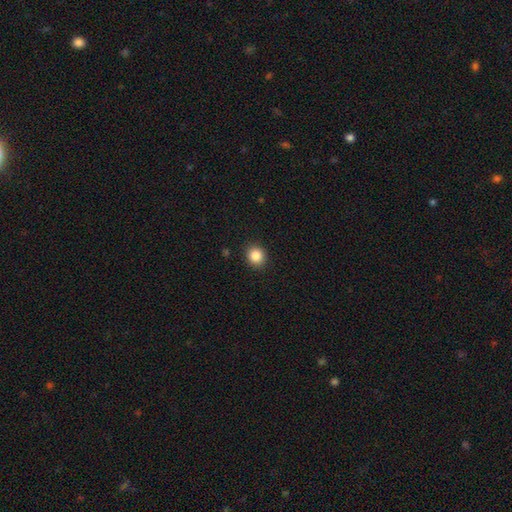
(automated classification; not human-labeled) Smooth or featured?
  - smooth: 86% *
  - star or artifact: 10%
  - featured or disk: 4%
How rounded?
  - round: 84% *
  - in between: 15%
  - cigar-shaped: 1%
Merging?
  - none: 91% *
  - minor disturbance: 6%
  - major disturbance: 2%
  - merger: 1%